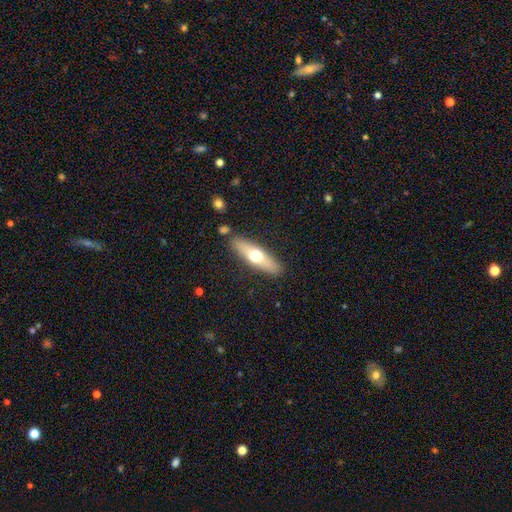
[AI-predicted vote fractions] This is possibly a smooth galaxy (53%). How rounded: likely cigar-shaped (68%). Merging: clearly none (86%).